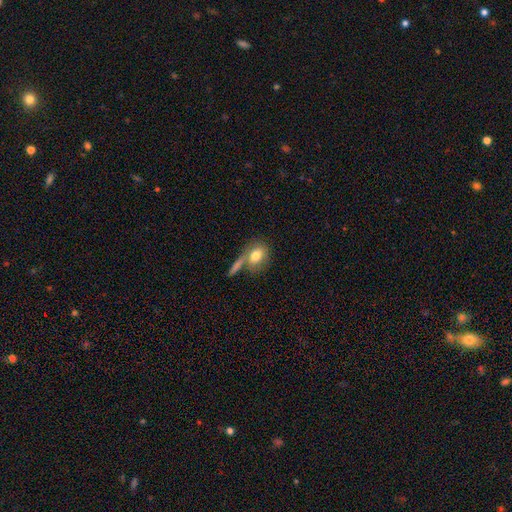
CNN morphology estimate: type=smooth (76%); roundness=in between (60%); merging=none (49%).